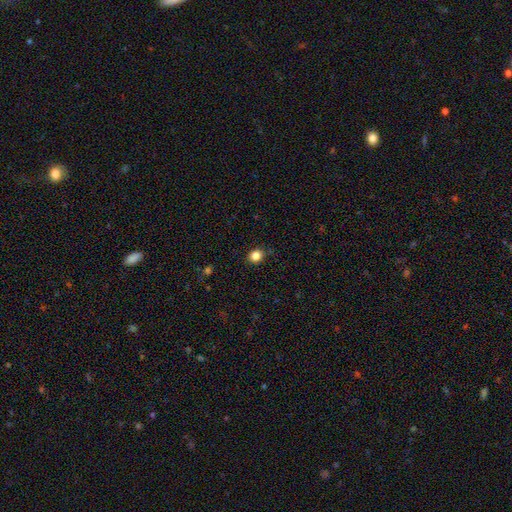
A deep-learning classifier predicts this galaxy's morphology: Smooth or featured? smooth (85%)
How rounded? round (71%)
Merging? none (88%)